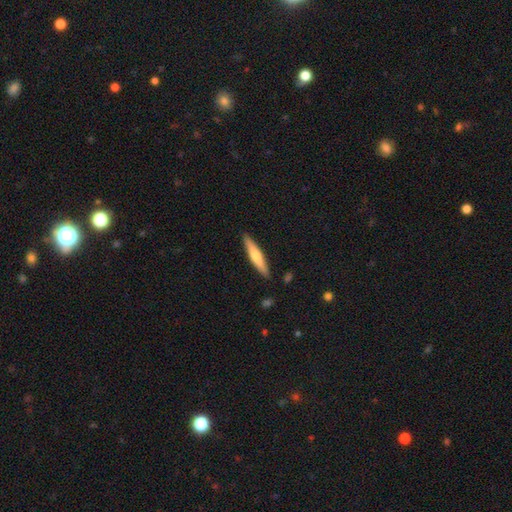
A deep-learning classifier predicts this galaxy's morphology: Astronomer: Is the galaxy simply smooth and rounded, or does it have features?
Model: smooth — 56% (runner-up: featured or disk, 39%).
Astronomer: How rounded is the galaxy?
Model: cigar-shaped — 89%.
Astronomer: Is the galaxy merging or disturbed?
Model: none — 89%.